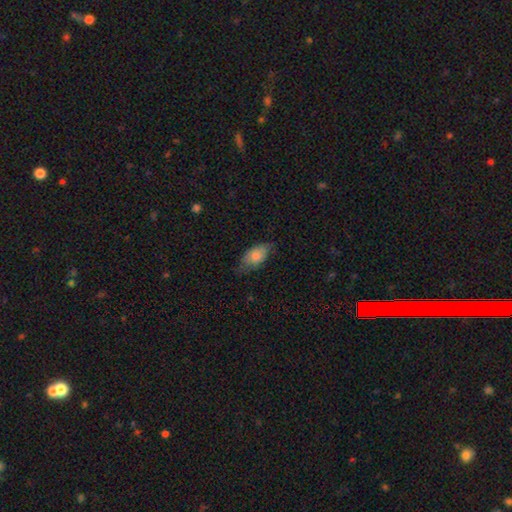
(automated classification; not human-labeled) This is likely a smooth galaxy (74%). How rounded: clearly in between (89%). Merging: likely none (65%).